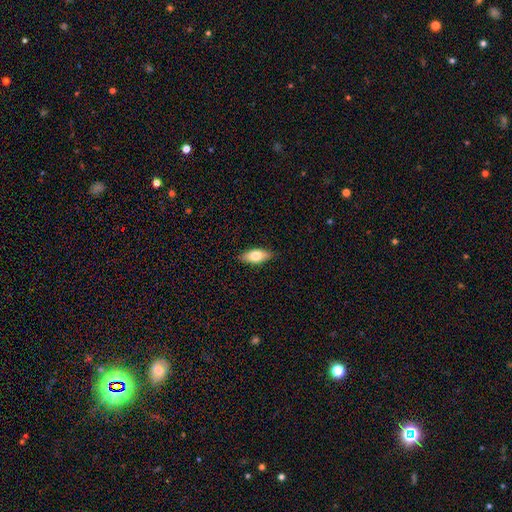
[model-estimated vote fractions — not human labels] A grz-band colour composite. It shows a smooth galaxy with no disk features (73%) that is in between round and cigar-shaped (84%). Merging: none (87%).